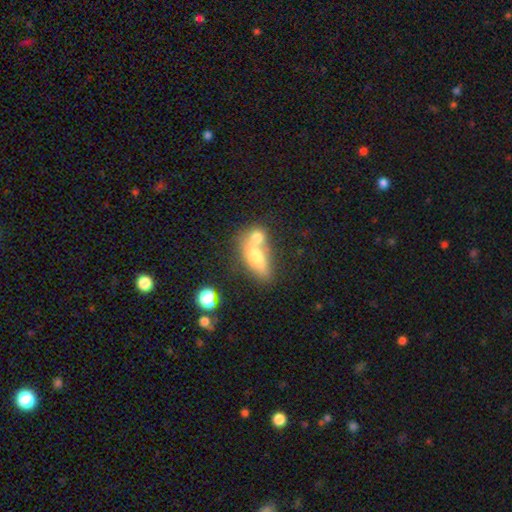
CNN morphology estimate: smooth 64%, featured or disk 28%, star or artifact 8%. Down the decision tree: how rounded — in between (69%); merging — merger (54%).